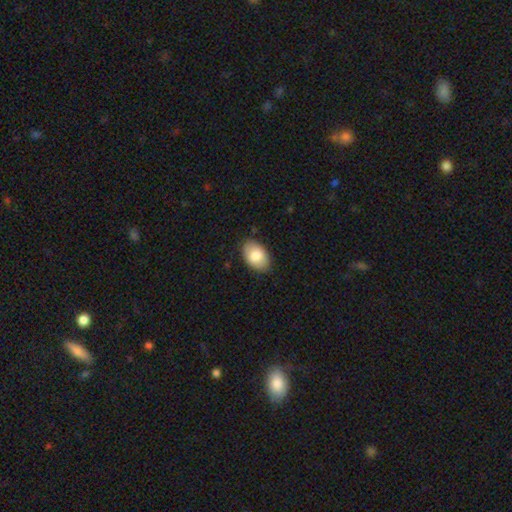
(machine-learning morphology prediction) Smooth or featured: smooth — 83% (featured or disk — 11%)
How rounded: in between — 90% (round — 9%)
Merging: none — 83% (minor disturbance — 13%)